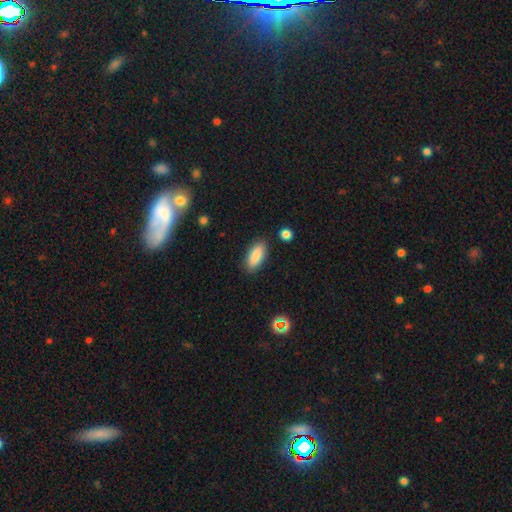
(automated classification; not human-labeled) The model was most divided on "how rounded": in between: 84%, cigar-shaped: 14%, round: 2%. More confident: smooth or featured — smooth (88%); merging — none (86%).